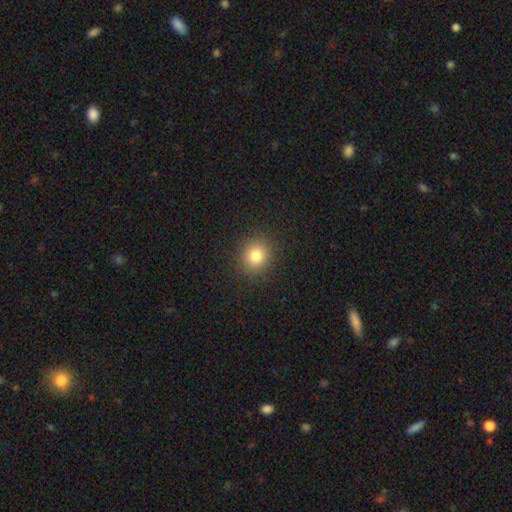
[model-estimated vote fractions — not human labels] Overall: smooth (80%). How rounded: round (86%). Merging: none (90%).